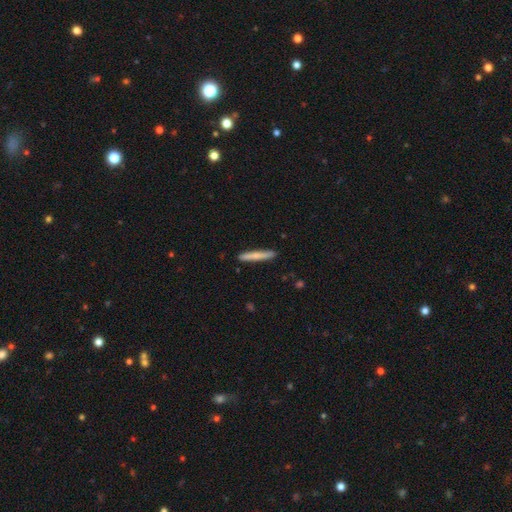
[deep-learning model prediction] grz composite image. It shows a smooth galaxy with no disk features (66%) that is cigar-shaped (95%). Merging: none (89%).